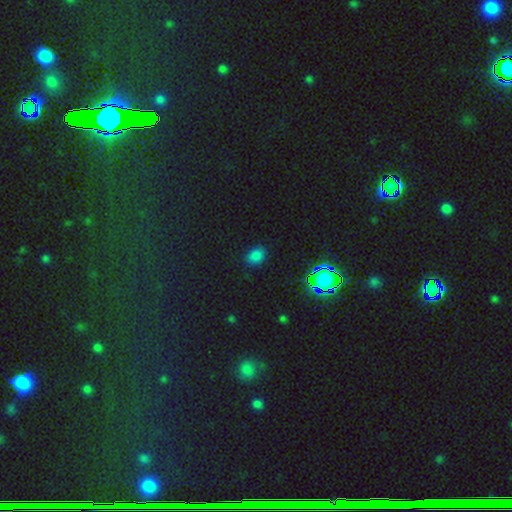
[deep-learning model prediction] Smooth or featured? smooth (72%)
How rounded? in between (65%)
Merging? none (85%)